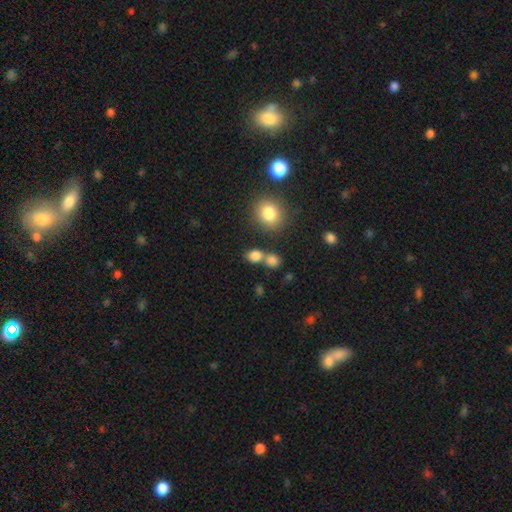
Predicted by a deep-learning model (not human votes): The model was most divided on "how rounded": in between: 53%, round: 44%, cigar-shaped: 2%. Remaining: smooth or featured — smooth (81%); merging — none (50%).